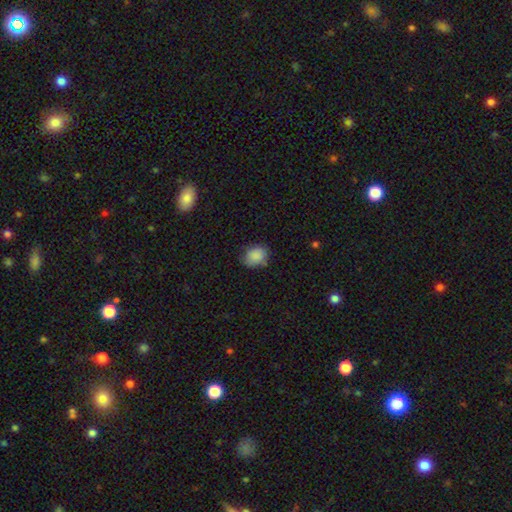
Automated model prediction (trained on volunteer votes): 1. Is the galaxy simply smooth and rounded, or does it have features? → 85% smooth, 8% star or artifact, 7% featured or disk.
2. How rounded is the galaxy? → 62% in between, 37% round, 1% cigar-shaped.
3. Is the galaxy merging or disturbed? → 68% none, 25% minor disturbance, 5% major disturbance, 2% merger.